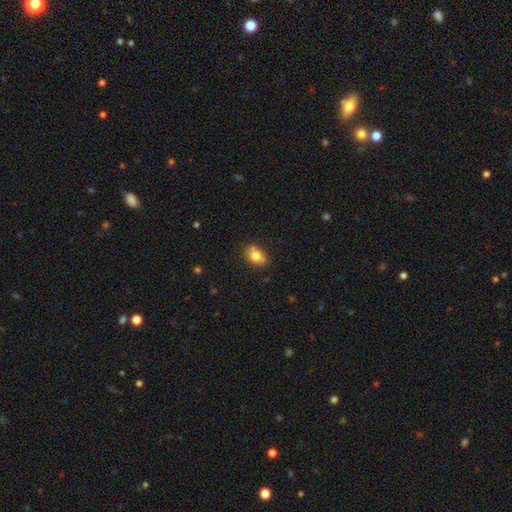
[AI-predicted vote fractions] smooth 76%, featured or disk 15%, star or artifact 9%. Down the decision tree: how rounded — in between (72%); merging — none (65%).